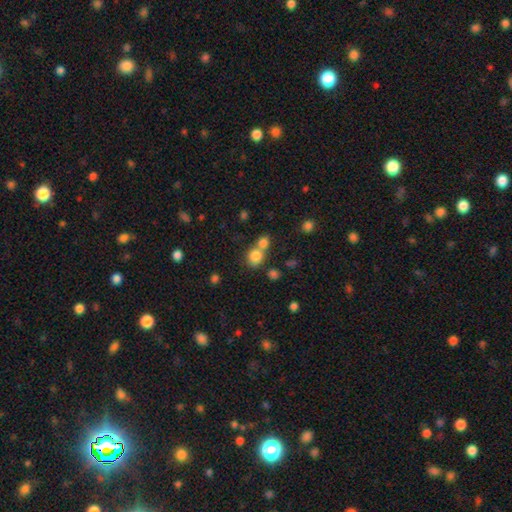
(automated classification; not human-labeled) A smooth galaxy with no disk features (80%) that is round (79%).

Vote fractions:
- Smooth or featured? smooth: 80% / star or artifact: 12% / featured or disk: 9%
- How rounded? round: 79% / in between: 20% / cigar-shaped: 1%
- Merging? merger: 48% / none: 41% / minor disturbance: 7% / major disturbance: 4%